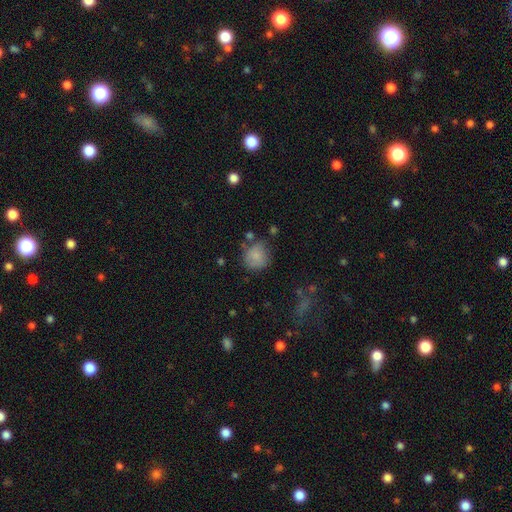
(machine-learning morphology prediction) Overall: smooth (80%). How rounded: round (84%). Merging: none (62%; minor disturbance 24%).